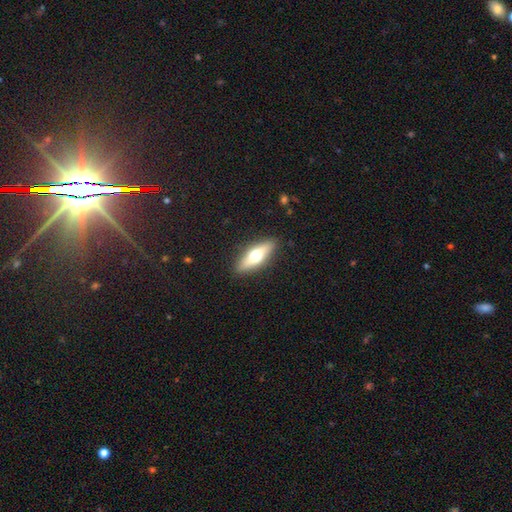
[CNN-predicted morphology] Smooth or featured? smooth (48%)
Merging? none (89%)